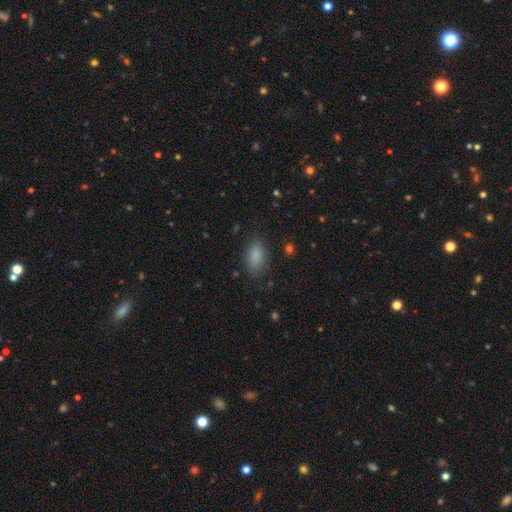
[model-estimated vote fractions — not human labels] Morphology: type=smooth (85%); roundness=in between (90%); merging=none (79%).